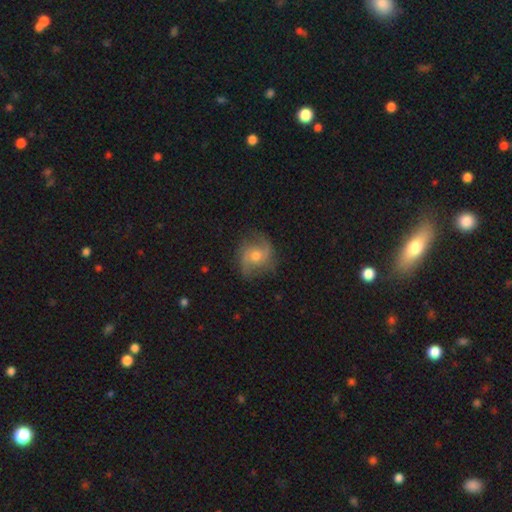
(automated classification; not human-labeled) Overall: featured or disk (78%). Edge-on disk: no (98%). Bar: no (67%; weak 28%). Spiral arms: yes (95%). Spiral arm count: 2 (72%). Spiral winding: medium (50%; loose 27%). Bulge size: moderate (66%; small 28%). Merging: none (77%).